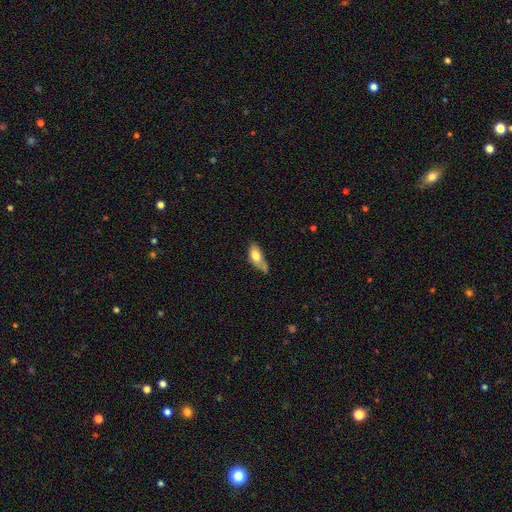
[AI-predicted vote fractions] smooth_or_featured: smooth (p=0.74) [alt: featured or disk p=0.19]
how_rounded: in between (p=0.80) [alt: cigar-shaped p=0.16]
merging: none (p=0.36) [alt: minor disturbance p=0.35]